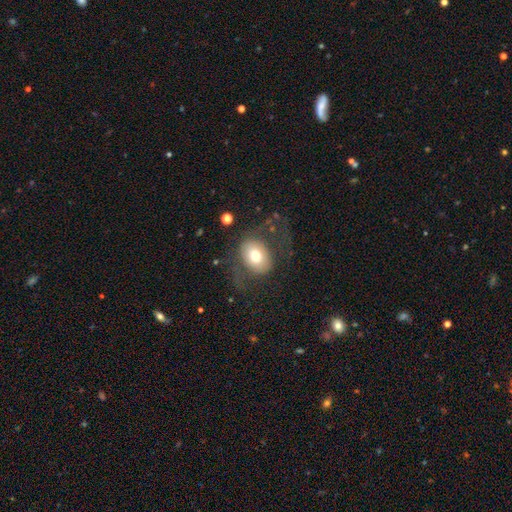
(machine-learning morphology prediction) A smooth galaxy with no disk features (60%) that is in between round and cigar-shaped (65%).

Vote fractions:
- Smooth or featured? smooth: 60% / featured or disk: 32% / star or artifact: 8%
- How rounded? in between: 65% / round: 34% / cigar-shaped: 1%
- Merging? none: 53% / major disturbance: 28% / minor disturbance: 17% / merger: 2%